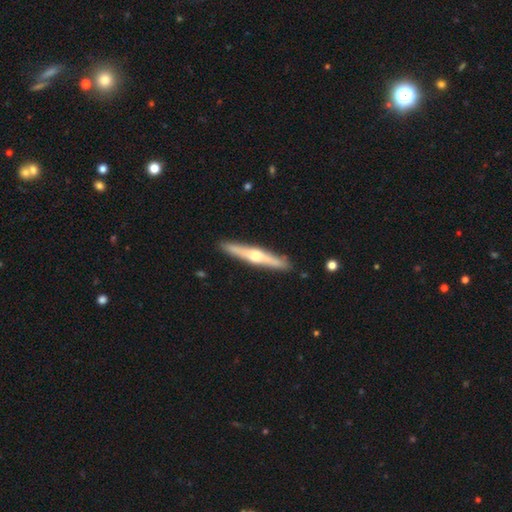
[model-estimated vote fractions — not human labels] A featured or disk galaxy (70%) viewed edge-on (98%) with a rounded central bulge (91%).

Vote fractions:
- Smooth or featured? featured or disk: 70% / smooth: 25% / star or artifact: 5%
- Edge-on disk? yes: 98% / no: 2%
- Edge-on bulge? rounded: 91% / boxy: 5% / none: 4%
- Merging? none: 91% / minor disturbance: 6% / major disturbance: 1% / merger: 1%